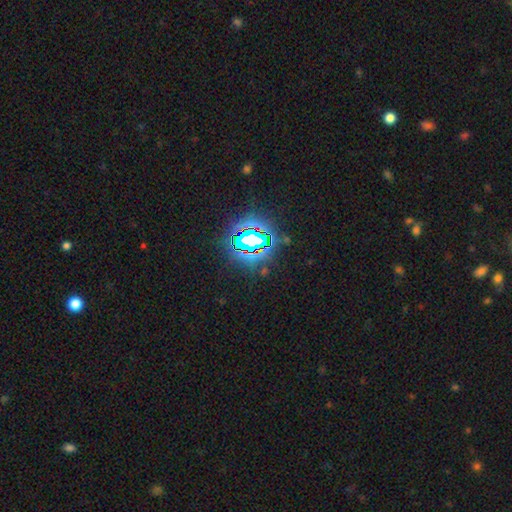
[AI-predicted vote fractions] This appears to be a star or artifact, not a galaxy (82%).